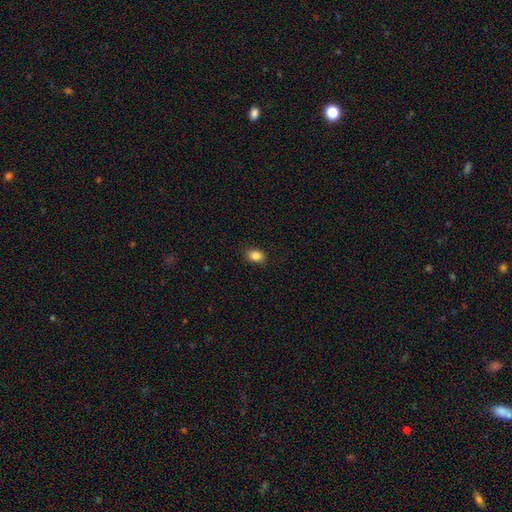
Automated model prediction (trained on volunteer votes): Smooth or featured? smooth (87%)
How rounded? in between (75%)
Merging? none (88%)